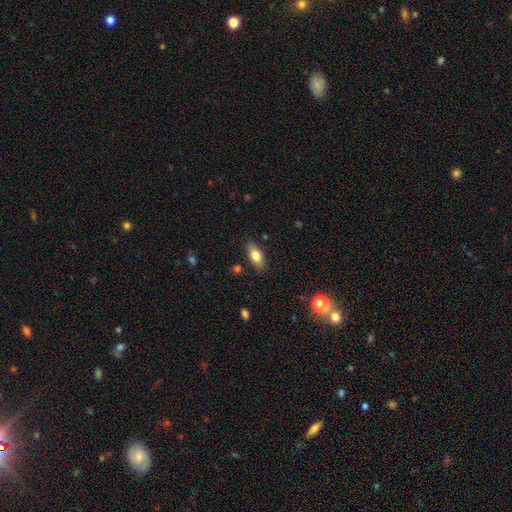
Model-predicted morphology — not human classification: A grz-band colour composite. It shows a smooth galaxy with no disk features (79%) that is in between round and cigar-shaped (85%). Merging: none (85%).